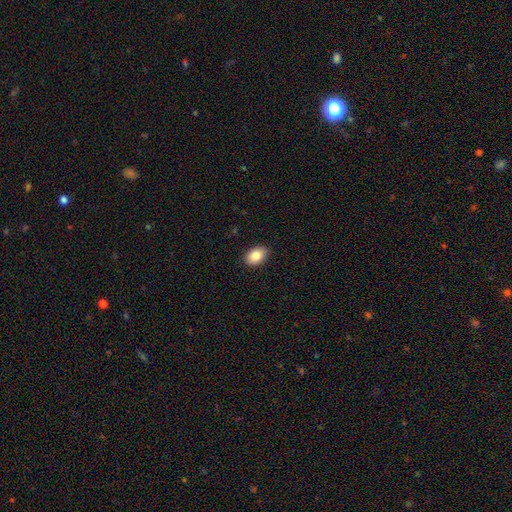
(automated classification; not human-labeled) Smooth or featured? smooth (86%)
How rounded? in between (86%)
Merging? none (87%)